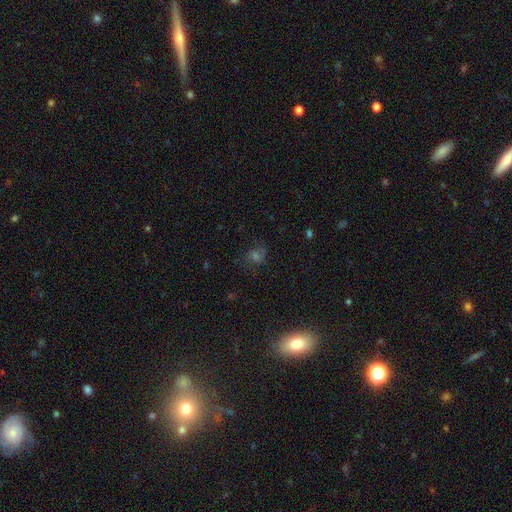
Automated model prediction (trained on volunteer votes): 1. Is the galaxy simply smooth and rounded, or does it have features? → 43% smooth, 34% star or artifact, 23% featured or disk.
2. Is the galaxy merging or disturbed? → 67% none, 17% minor disturbance, 12% major disturbance, 3% merger.